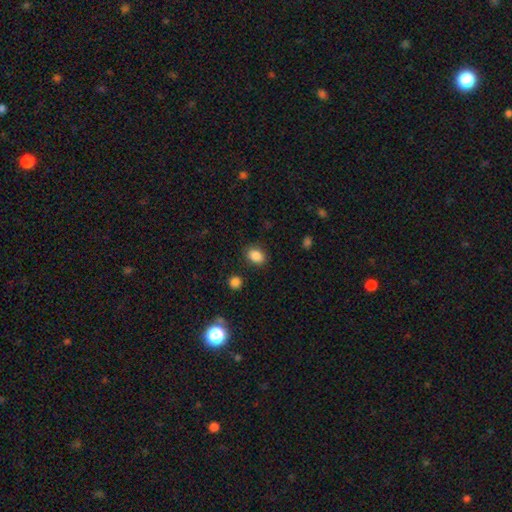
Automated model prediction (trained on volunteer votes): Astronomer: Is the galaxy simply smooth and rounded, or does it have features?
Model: smooth — 86%.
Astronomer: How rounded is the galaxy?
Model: in between — 70%.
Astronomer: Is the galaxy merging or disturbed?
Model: none — 84%.